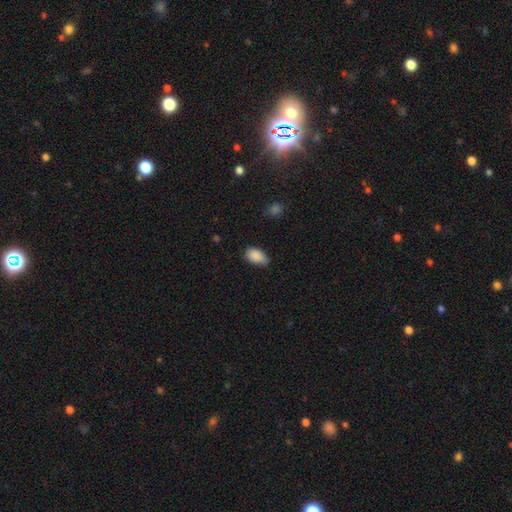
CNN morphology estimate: Smooth or featured? Predicted: smooth (p=0.88). How rounded? Predicted: in between (p=0.92). Merging? Predicted: none (p=0.62).